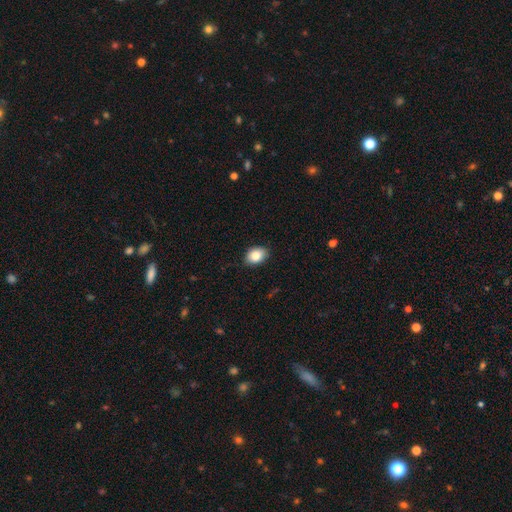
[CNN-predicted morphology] Overall: smooth (86%). How rounded: in between (79%). Merging: none (84%).